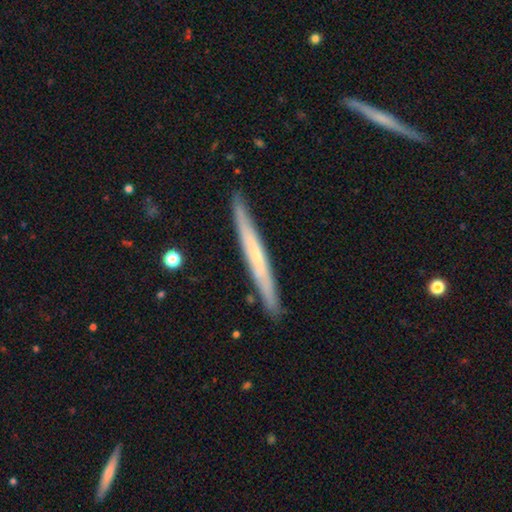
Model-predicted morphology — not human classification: Smooth or featured? Predicted: featured or disk (p=0.58). Edge-on disk? Predicted: yes (p=0.95). Edge-on bulge? Predicted: none (p=0.61). Merging? Predicted: none (p=0.90).